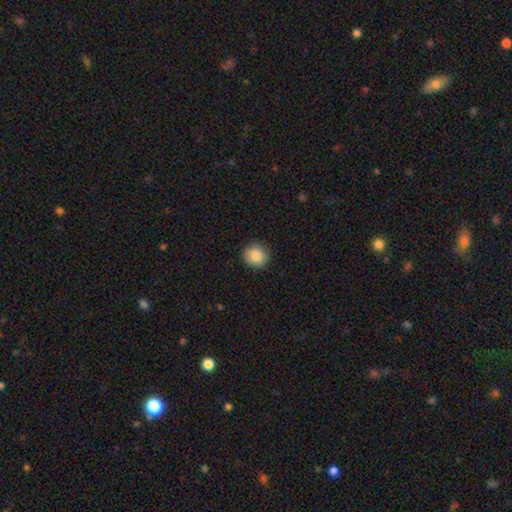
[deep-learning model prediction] Overall: smooth (88%). How rounded: round (88%). Merging: none (90%).